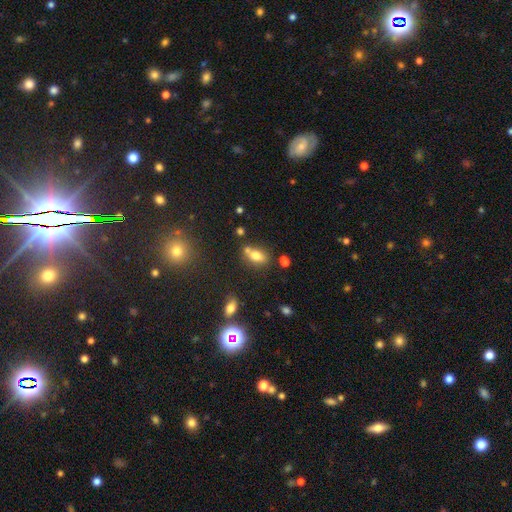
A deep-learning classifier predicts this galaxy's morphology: Smooth or featured? Predicted: smooth (p=0.73). How rounded? Predicted: in between (p=0.80). Merging? Predicted: none (p=0.53).